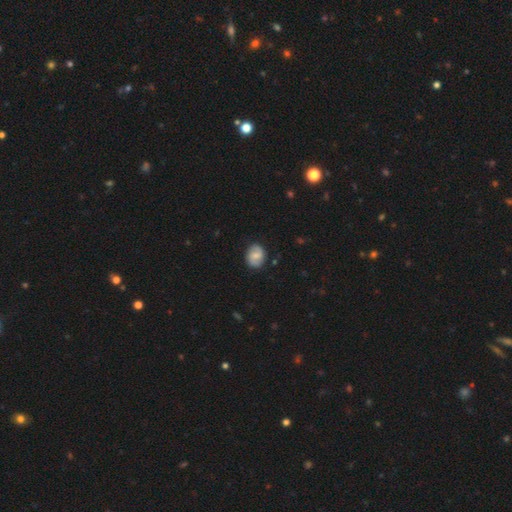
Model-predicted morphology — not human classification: Smooth or featured? Predicted: featured or disk (p=0.47). Merging? Predicted: none (p=0.82).